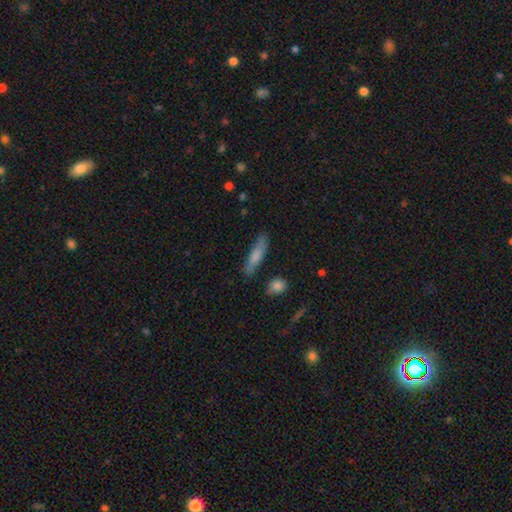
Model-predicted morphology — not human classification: Smooth or featured?
  - smooth: 71% *
  - featured or disk: 22%
  - star or artifact: 7%
How rounded?
  - cigar-shaped: 75% *
  - in between: 23%
  - round: 2%
Merging?
  - none: 79% *
  - minor disturbance: 15%
  - major disturbance: 4%
  - merger: 3%